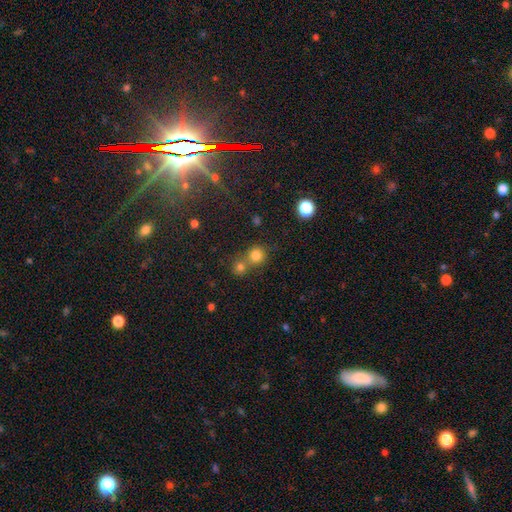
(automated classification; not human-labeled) Q: Smooth or featured?
A: smooth (78%); runner-up: star or artifact (15%)
Q: How rounded?
A: round (86%); runner-up: in between (13%)
Q: Merging?
A: none (51%); runner-up: merger (39%)